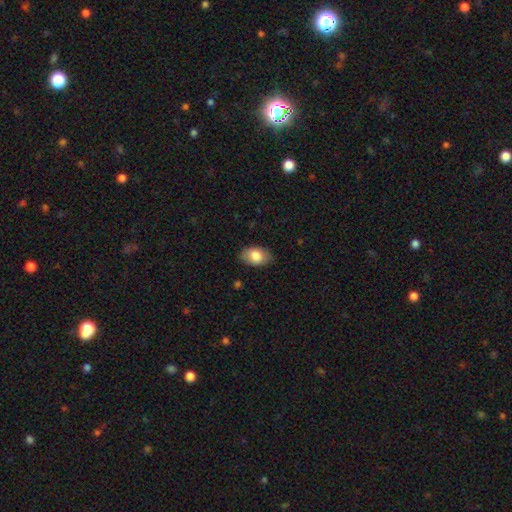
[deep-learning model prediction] smooth 81%, featured or disk 12%, star or artifact 7%. Down the decision tree: how rounded — in between (90%); merging — none (84%).